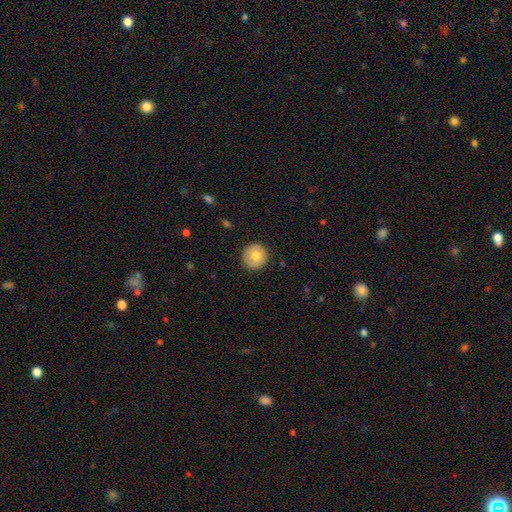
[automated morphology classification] Smooth or featured?
  - smooth: 72% *
  - featured or disk: 21%
  - star or artifact: 7%
How rounded?
  - round: 95% *
  - in between: 4%
  - cigar-shaped: 1%
Merging?
  - none: 90% *
  - minor disturbance: 7%
  - major disturbance: 2%
  - merger: 1%